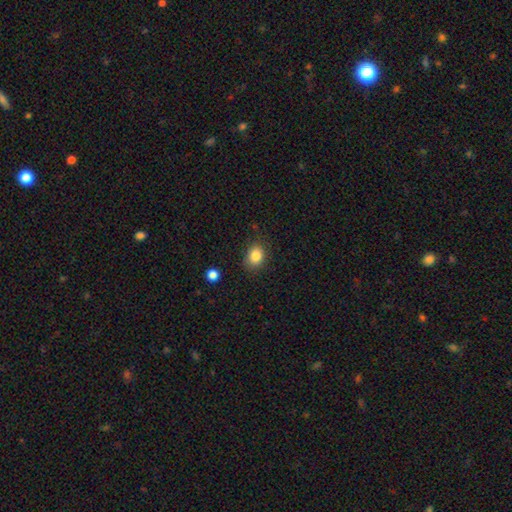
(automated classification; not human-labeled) A smooth galaxy with no disk features (84%) that is in between round and cigar-shaped (51%).

Vote fractions:
- Smooth or featured? smooth: 84% / star or artifact: 10% / featured or disk: 6%
- How rounded? in between: 51% / round: 48% / cigar-shaped: 1%
- Merging? none: 80% / minor disturbance: 14% / major disturbance: 4% / merger: 2%